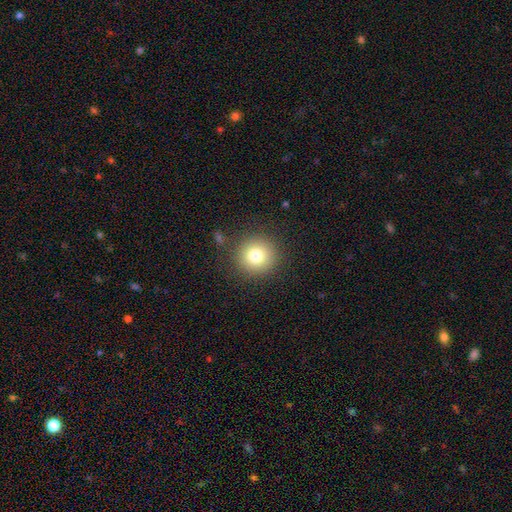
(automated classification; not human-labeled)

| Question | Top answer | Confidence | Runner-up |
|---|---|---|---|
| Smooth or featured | smooth | 79% | star or artifact (12%) |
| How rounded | round | 94% | in between (5%) |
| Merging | none | 88% | minor disturbance (7%) |